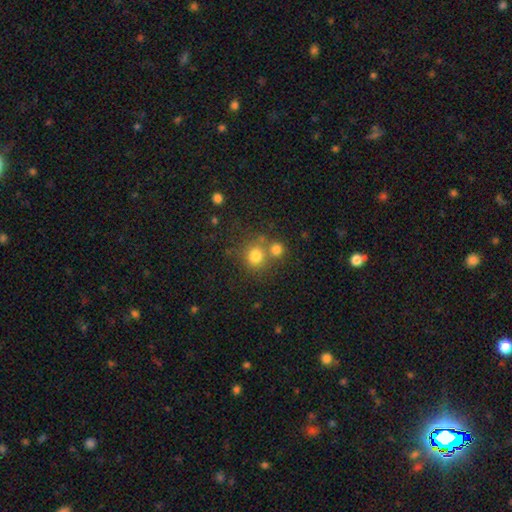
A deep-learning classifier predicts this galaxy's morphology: Q: Smooth or featured?
A: smooth (78%); runner-up: star or artifact (14%)
Q: How rounded?
A: round (88%); runner-up: in between (11%)
Q: Merging?
A: none (61%); runner-up: merger (27%)